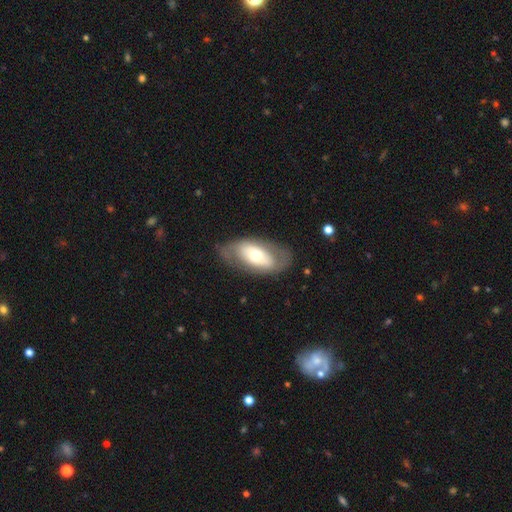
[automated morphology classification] Smooth or featured? Predicted: featured or disk (p=0.52). Edge-on disk? Predicted: no (p=0.88). Merging? Predicted: none (p=0.74).